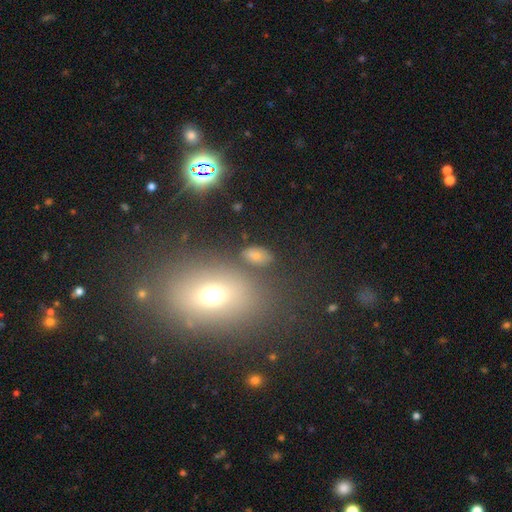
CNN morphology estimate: A smooth galaxy with no disk features (67%) that is in between round and cigar-shaped (85%).

Vote fractions:
- Smooth or featured? smooth: 67% / star or artifact: 19% / featured or disk: 14%
- How rounded? in between: 85% / round: 12% / cigar-shaped: 3%
- Merging? none: 75% / minor disturbance: 13% / merger: 7% / major disturbance: 6%